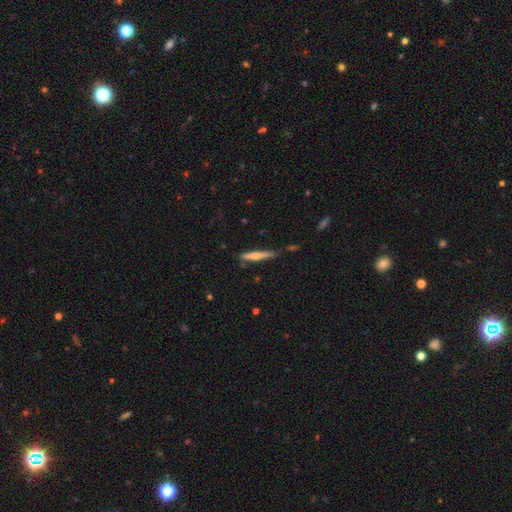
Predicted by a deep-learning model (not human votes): This is possibly a smooth galaxy (53%). How rounded: clearly cigar-shaped (93%). Merging: likely none (71%).